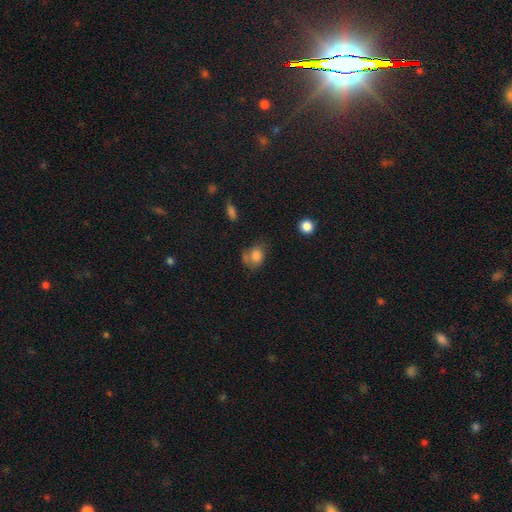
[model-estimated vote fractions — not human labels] This is likely a smooth galaxy (72%). How rounded: possibly in between (54%). Merging: marginally none (41%).